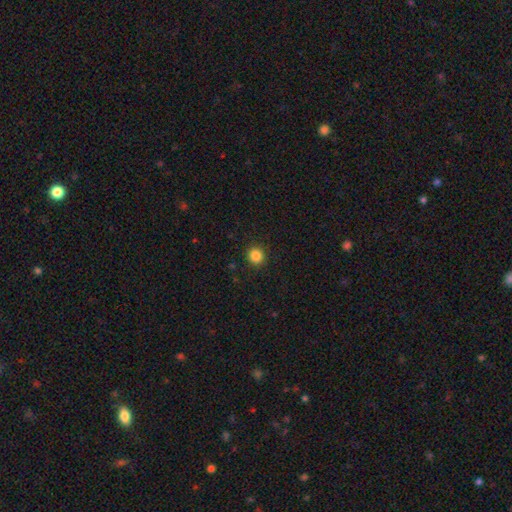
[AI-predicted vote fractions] Smooth or featured?
  - smooth: 86% *
  - star or artifact: 11%
  - featured or disk: 3%
How rounded?
  - round: 92% *
  - in between: 7%
  - cigar-shaped: 1%
Merging?
  - none: 92% *
  - minor disturbance: 5%
  - major disturbance: 2%
  - merger: 1%